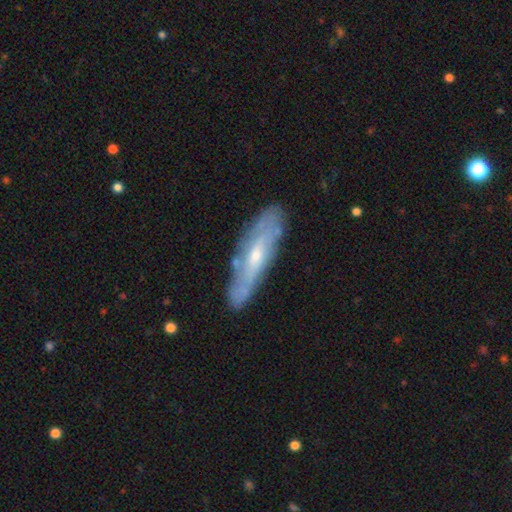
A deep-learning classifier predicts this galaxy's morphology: featured or disk 64%, smooth 29%, star or artifact 7%. Down the decision tree: edge-on disk — no (58%); merging — none (78%).